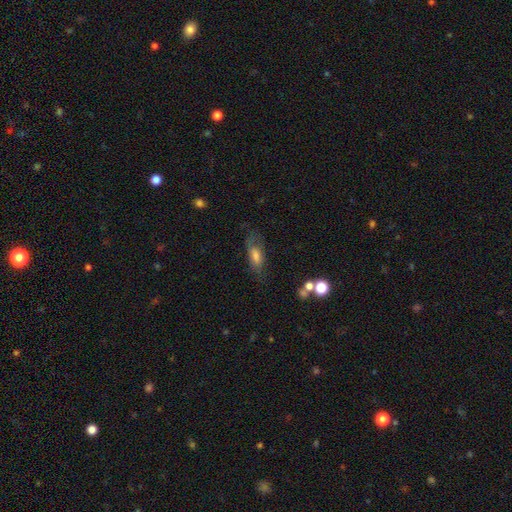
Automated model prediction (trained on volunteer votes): The model was most divided on "smooth or featured": smooth: 60%, featured or disk: 29%, star or artifact: 10%. More confident: how rounded — in between (68%); merging — none (55%).